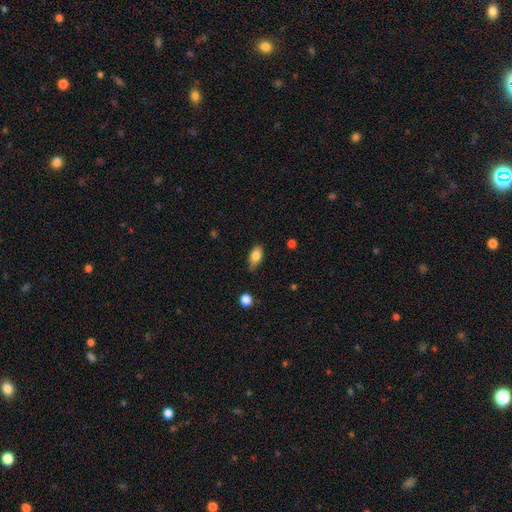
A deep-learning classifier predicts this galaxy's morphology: smooth_or_featured: smooth (p=0.81) [alt: featured or disk p=0.11]
how_rounded: in between (p=0.87) [alt: round p=0.07]
merging: none (p=0.66) [alt: minor disturbance p=0.27]